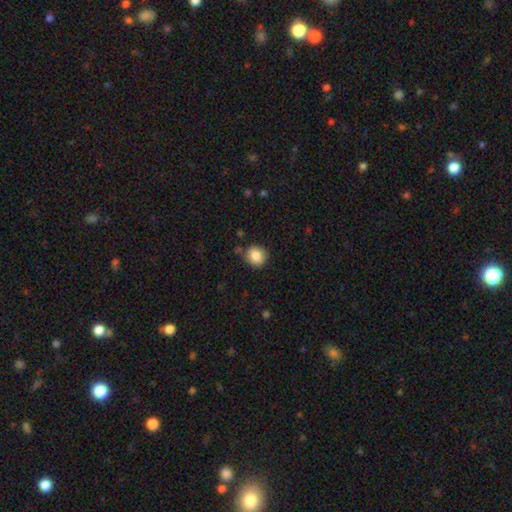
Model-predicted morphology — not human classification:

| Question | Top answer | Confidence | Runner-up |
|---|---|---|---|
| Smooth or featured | smooth | 83% | star or artifact (9%) |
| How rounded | round | 84% | in between (15%) |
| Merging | none | 81% | minor disturbance (13%) |